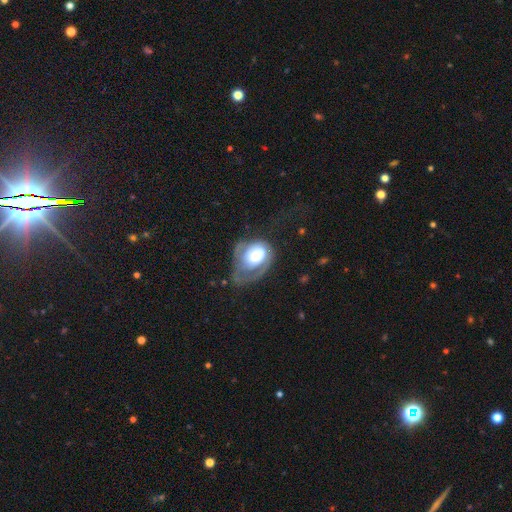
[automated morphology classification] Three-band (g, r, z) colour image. It shows a featured or disk galaxy (52%). Merging: major disturbance (47%).